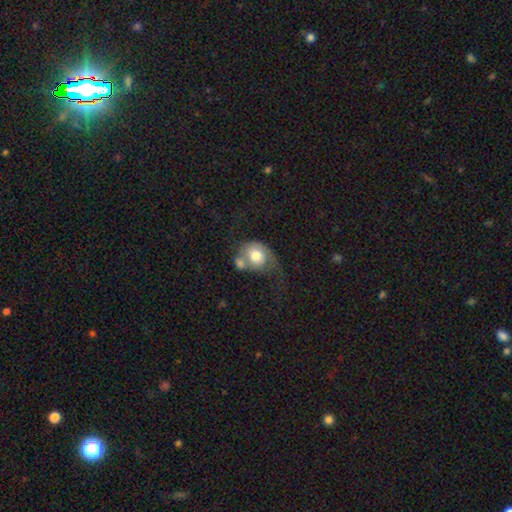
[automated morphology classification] This appears to be a smooth galaxy with no disk features (60%) that is round (63%). Merging: merger (40%).